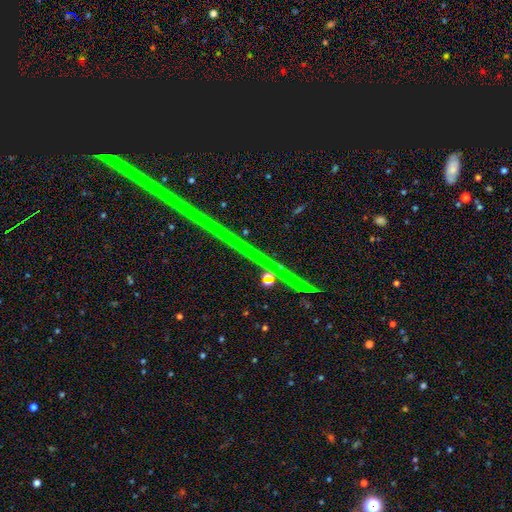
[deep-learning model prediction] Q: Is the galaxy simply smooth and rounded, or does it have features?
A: star or artifact — 86%.